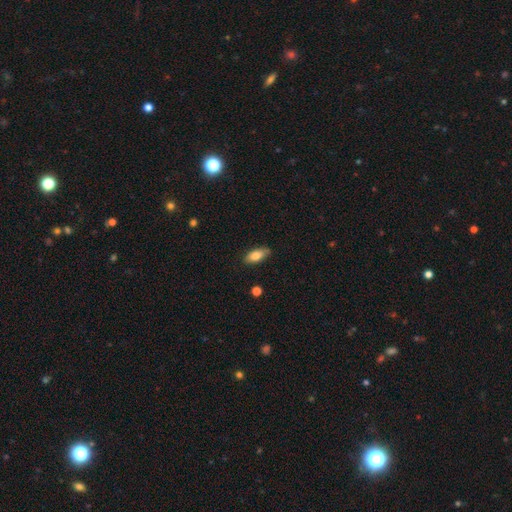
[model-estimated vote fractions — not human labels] A smooth galaxy with no disk features (80%) that is in between round and cigar-shaped (83%).

Vote fractions:
- Smooth or featured? smooth: 80% / featured or disk: 13% / star or artifact: 7%
- How rounded? in between: 83% / cigar-shaped: 15% / round: 2%
- Merging? none: 81% / minor disturbance: 15% / major disturbance: 2% / merger: 1%